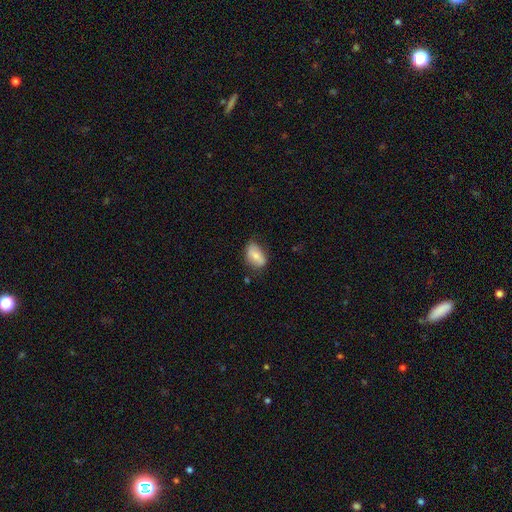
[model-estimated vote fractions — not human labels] Smooth or featured?
  - smooth: 70% *
  - featured or disk: 22%
  - star or artifact: 7%
How rounded?
  - in between: 89% *
  - round: 9%
  - cigar-shaped: 3%
Merging?
  - none: 66% *
  - minor disturbance: 26%
  - major disturbance: 6%
  - merger: 2%